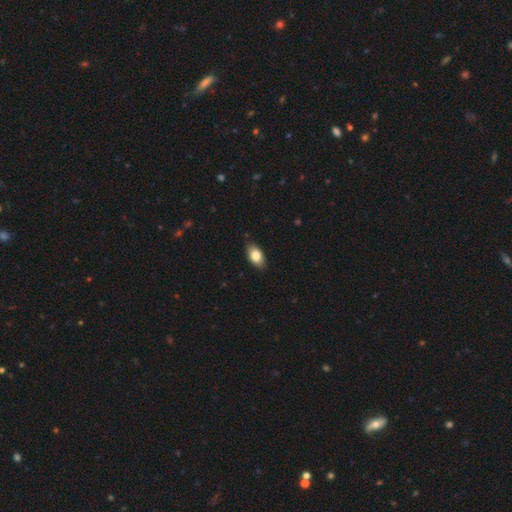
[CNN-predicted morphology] Q: Smooth or featured?
A: smooth (80%); runner-up: featured or disk (13%)
Q: How rounded?
A: in between (91%); runner-up: round (5%)
Q: Merging?
A: none (85%); runner-up: minor disturbance (12%)